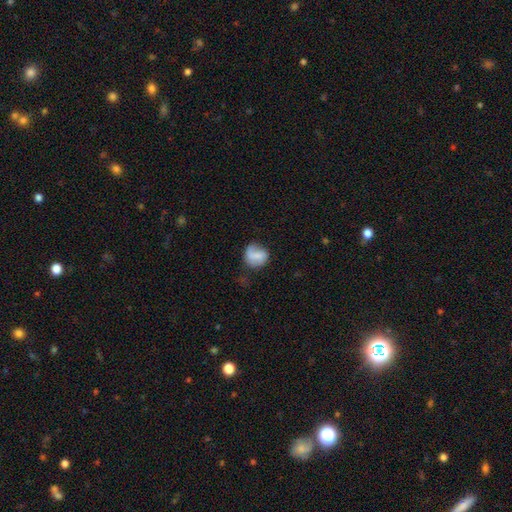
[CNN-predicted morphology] This is likely a smooth galaxy (63%). How rounded: likely round (71%). Merging: possibly none (53%).